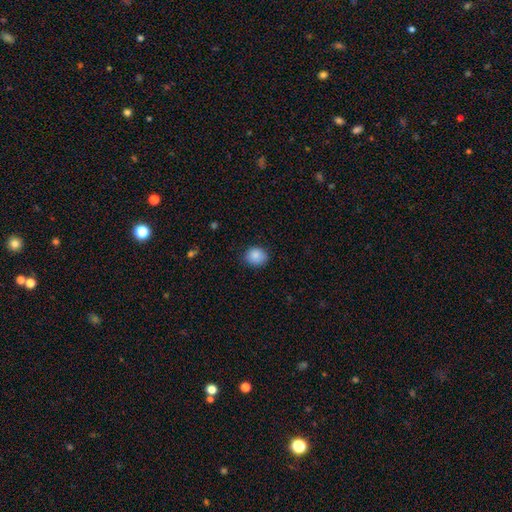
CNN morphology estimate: type=smooth (87%); roundness=round (70%); merging=none (81%).